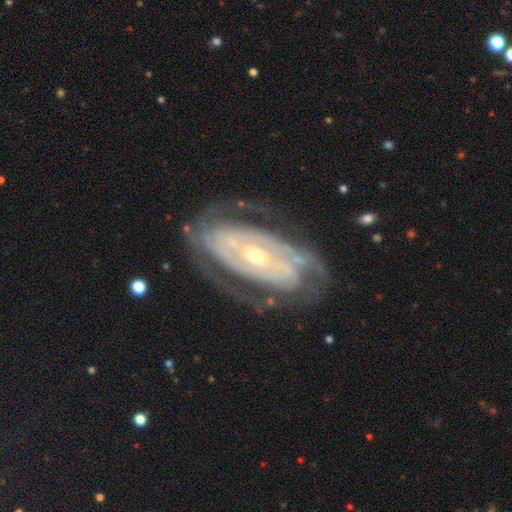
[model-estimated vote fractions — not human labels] Overall: featured or disk (89%). Edge-on disk: no (94%). Bar: no (51%; weak 28%). Spiral arms: yes (93%). Spiral arm count: 2 (39%; can't tell 29%). Spiral winding: tight (68%). Bulge size: small (57%; moderate 39%). Merging: none (70%).